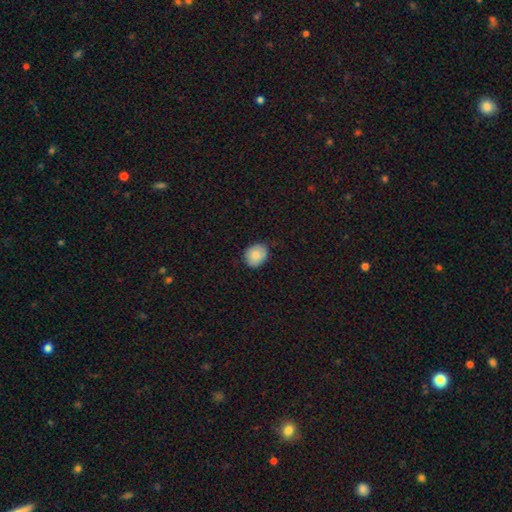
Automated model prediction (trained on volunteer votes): The model was most divided on "how rounded": round: 63%, in between: 36%, cigar-shaped: 1%. More confident: smooth or featured — smooth (83%); merging — none (76%).